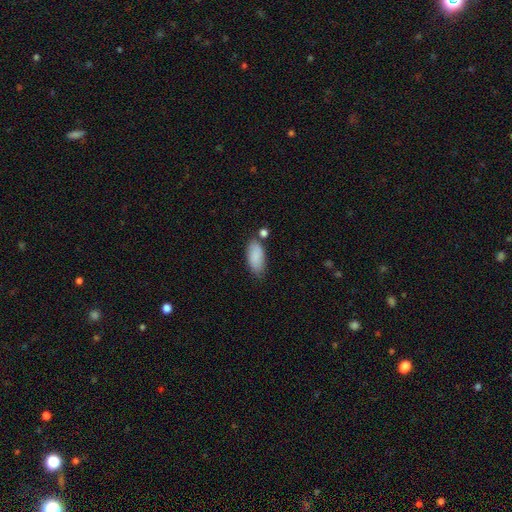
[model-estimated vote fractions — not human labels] Smooth or featured?
  - smooth: 87% *
  - featured or disk: 7%
  - star or artifact: 6%
How rounded?
  - in between: 86% *
  - cigar-shaped: 11%
  - round: 2%
Merging?
  - none: 67% *
  - minor disturbance: 19%
  - merger: 9%
  - major disturbance: 5%